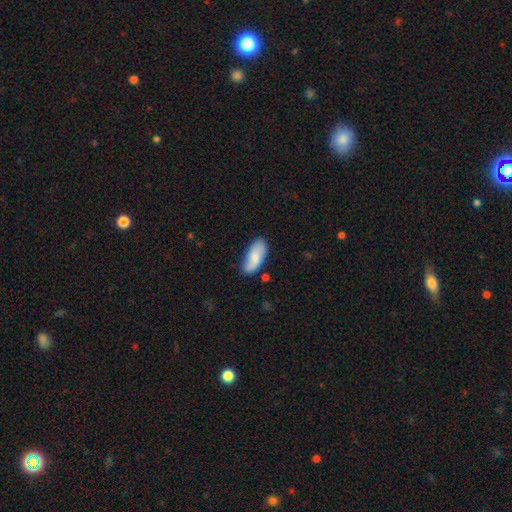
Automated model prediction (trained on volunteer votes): The model was most divided on "merging": none: 72%, minor disturbance: 21%, major disturbance: 4%, merger: 3%. More confident: how rounded — in between (88%); smooth or featured — smooth (75%).